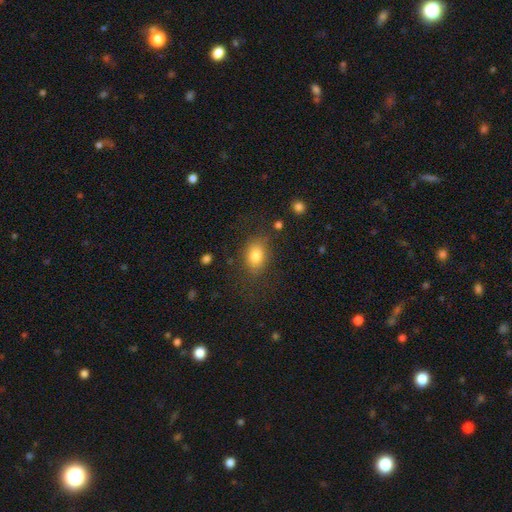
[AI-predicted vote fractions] A smooth galaxy with no disk features (80%) that is in between round and cigar-shaped (70%). Merging: none (74%).